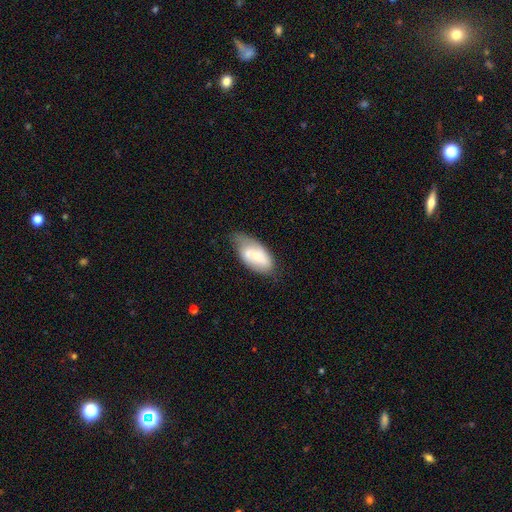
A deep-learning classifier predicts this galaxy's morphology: This appears to be a smooth galaxy with no disk features (49%). Merging: none (51%).